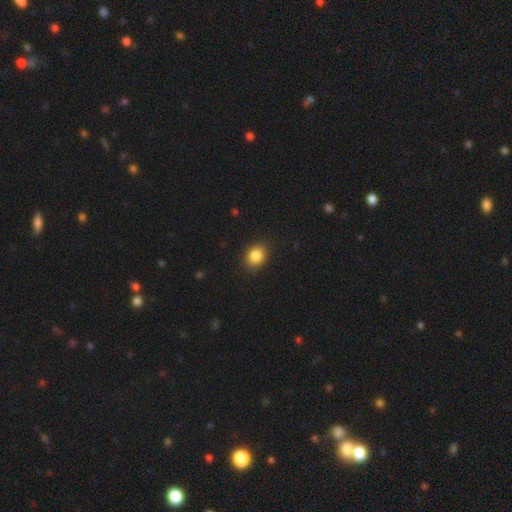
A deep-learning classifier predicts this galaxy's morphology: Q: Smooth or featured?
A: smooth (85%); runner-up: star or artifact (10%)
Q: How rounded?
A: in between (52%); runner-up: round (47%)
Q: Merging?
A: none (87%); runner-up: minor disturbance (9%)